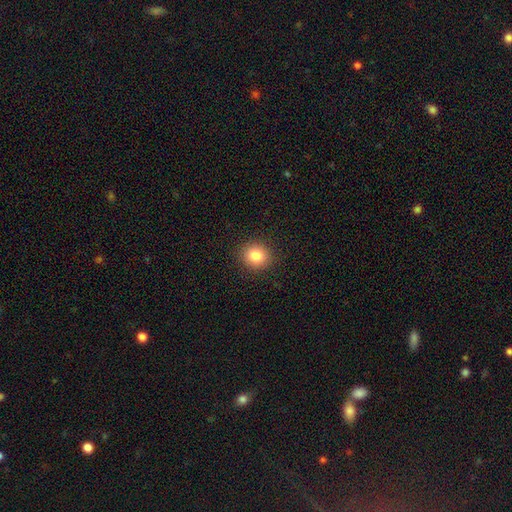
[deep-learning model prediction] Smooth or featured?
  - smooth: 84% *
  - star or artifact: 10%
  - featured or disk: 6%
How rounded?
  - round: 83% *
  - in between: 16%
  - cigar-shaped: 1%
Merging?
  - none: 91% *
  - minor disturbance: 6%
  - major disturbance: 2%
  - merger: 1%